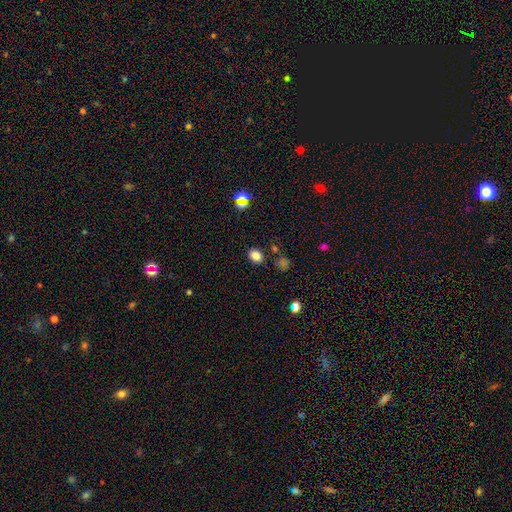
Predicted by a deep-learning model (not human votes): Smooth or featured? smooth (80%)
How rounded? in between (55%)
Merging? none (83%)